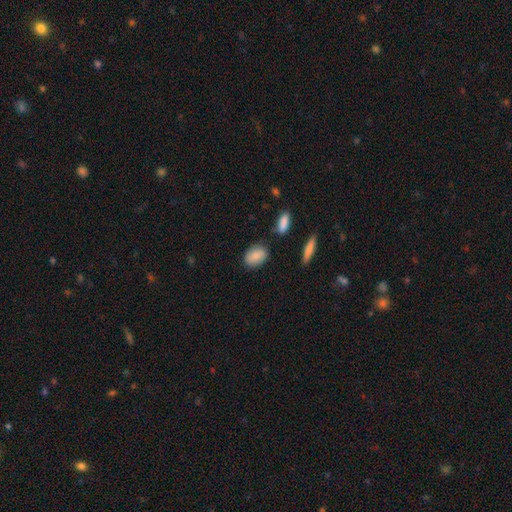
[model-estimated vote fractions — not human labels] The model was most divided on "merging": none: 80%, minor disturbance: 13%, merger: 4%, major disturbance: 3%. More confident: smooth or featured — smooth (86%); how rounded — in between (84%).